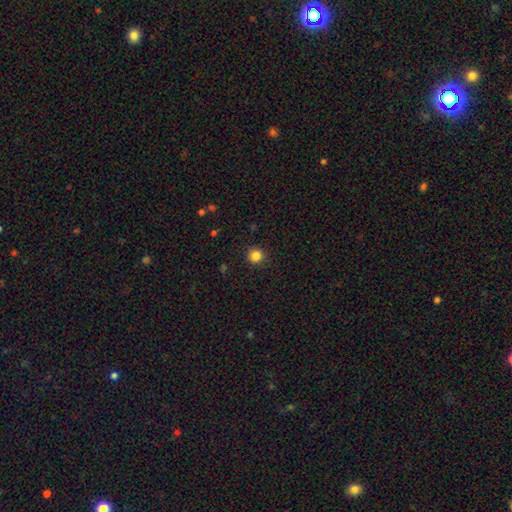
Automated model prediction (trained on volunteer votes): This appears to be a smooth galaxy with no disk features (84%) that is round (95%). Merging: none (91%).